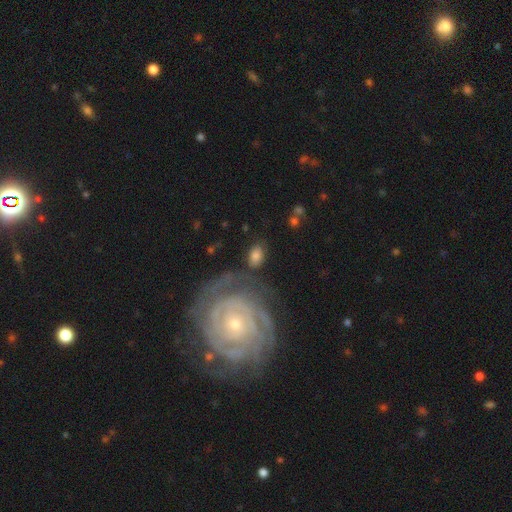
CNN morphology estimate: Q: Smooth or featured?
A: smooth (70%); runner-up: featured or disk (22%)
Q: How rounded?
A: in between (83%); runner-up: round (15%)
Q: Merging?
A: none (70%); runner-up: minor disturbance (15%)